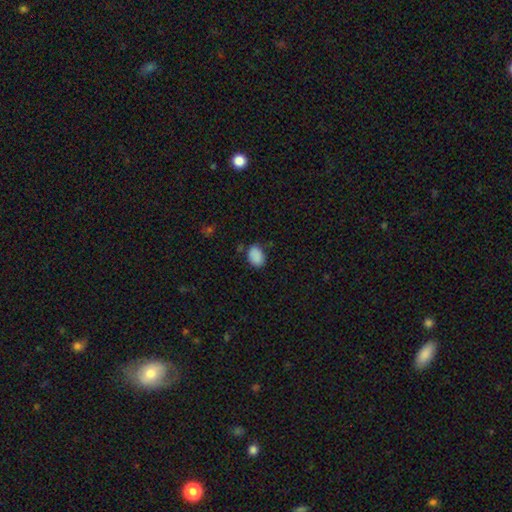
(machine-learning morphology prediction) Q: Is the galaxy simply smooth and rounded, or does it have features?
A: smooth — 88%.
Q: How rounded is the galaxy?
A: in between — 80%.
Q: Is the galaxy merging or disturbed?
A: none — 73%.